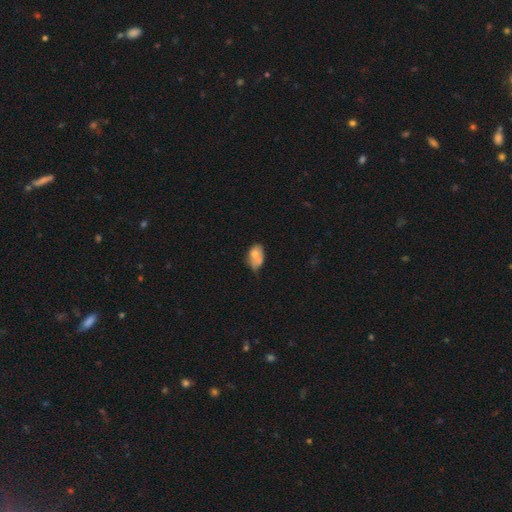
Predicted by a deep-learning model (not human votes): smooth 67%, featured or disk 24%, star or artifact 9%. Down the decision tree: how rounded — in between (86%); merging — minor disturbance (38%).